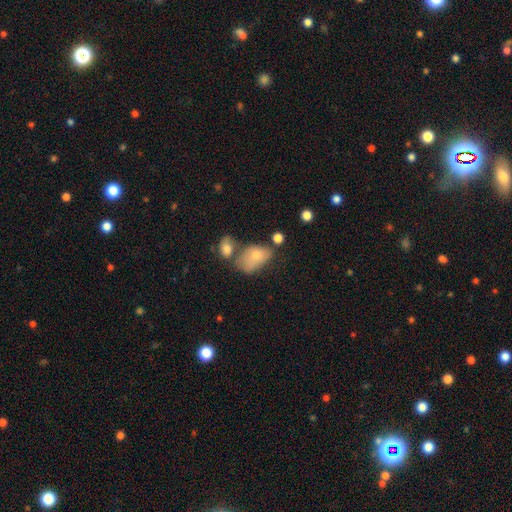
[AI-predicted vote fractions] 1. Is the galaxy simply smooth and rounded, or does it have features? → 67% smooth, 22% featured or disk, 11% star or artifact.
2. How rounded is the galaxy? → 86% in between, 12% round, 2% cigar-shaped.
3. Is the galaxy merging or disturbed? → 39% none, 29% merger, 22% minor disturbance, 10% major disturbance.